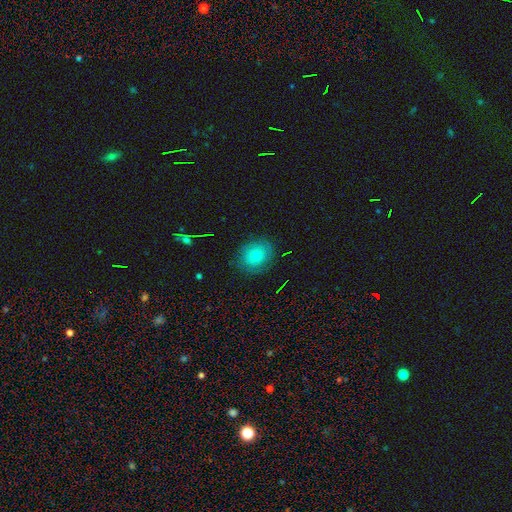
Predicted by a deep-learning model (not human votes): Smooth or featured? Predicted: smooth (p=0.71). How rounded? Predicted: round (p=0.67). Merging? Predicted: none (p=0.80).